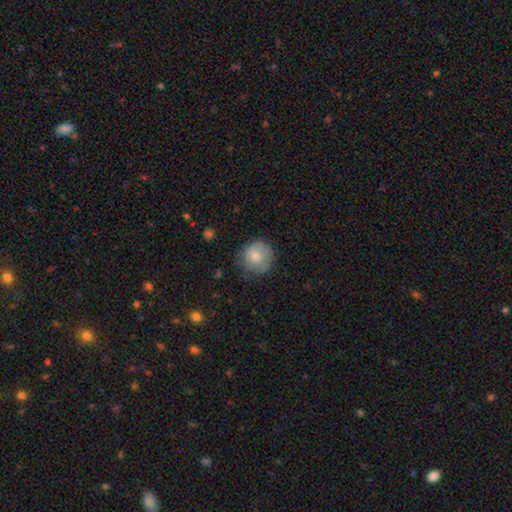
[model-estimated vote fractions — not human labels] A smooth galaxy with no disk features (67%) that is round (91%). Merging: none (64%).